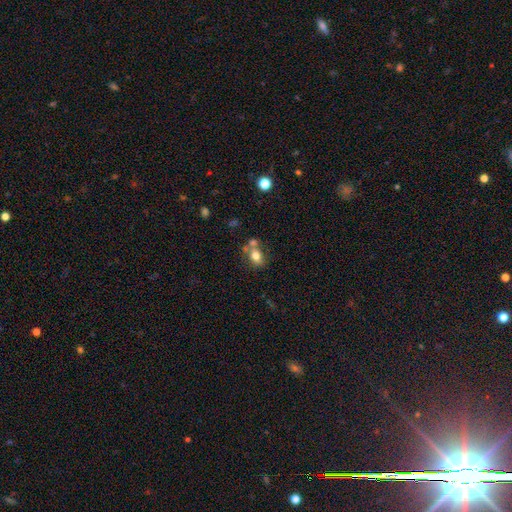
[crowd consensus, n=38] Volunteers were most divided on "how rounded": in between: 50%, round: 46%, cigar-shaped: 4%. Remaining: smooth or featured — smooth (74%); merging — none (40%).